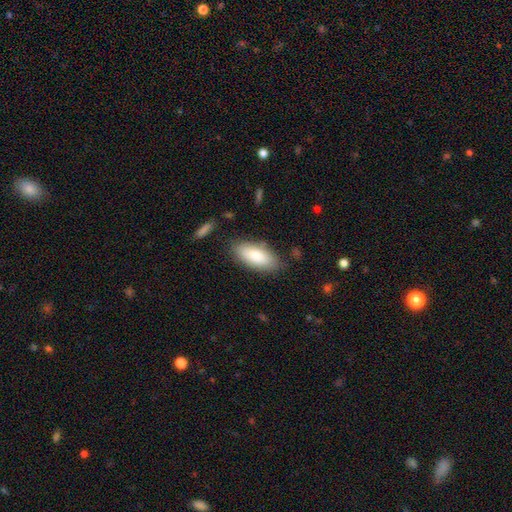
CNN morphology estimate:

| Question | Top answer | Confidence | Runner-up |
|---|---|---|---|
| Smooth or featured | smooth | 83% | featured or disk (11%) |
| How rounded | in between | 87% | cigar-shaped (11%) |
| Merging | none | 80% | minor disturbance (14%) |